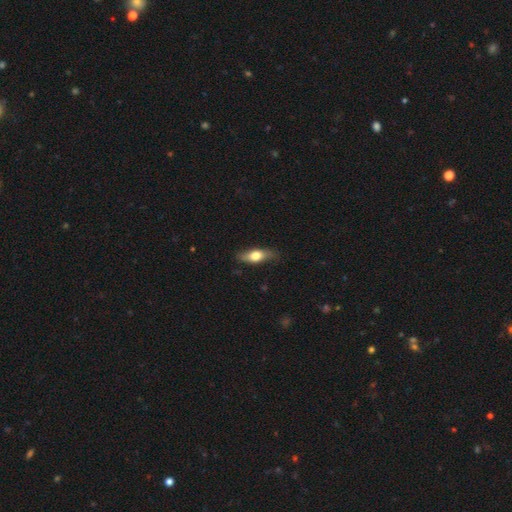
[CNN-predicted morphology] Q: Smooth or featured?
A: smooth (59%); runner-up: featured or disk (35%)
Q: How rounded?
A: in between (61%); runner-up: cigar-shaped (34%)
Q: Merging?
A: none (81%); runner-up: minor disturbance (15%)